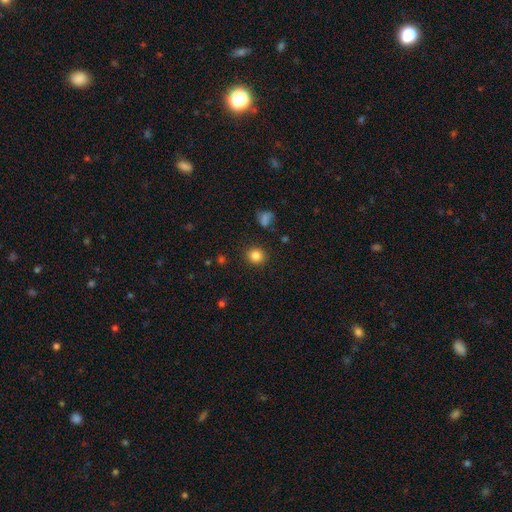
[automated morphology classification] type=smooth (84%); roundness=round (88%); merging=none (90%).